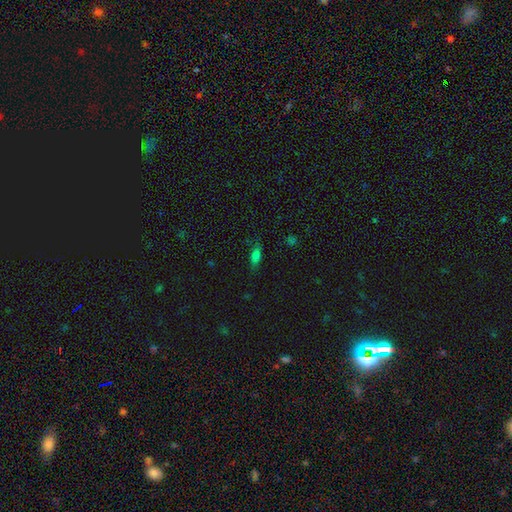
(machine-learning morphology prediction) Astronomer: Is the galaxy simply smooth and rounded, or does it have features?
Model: smooth — 69%.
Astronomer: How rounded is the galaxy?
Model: in between — 66%.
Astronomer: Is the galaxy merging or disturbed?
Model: none — 78%.